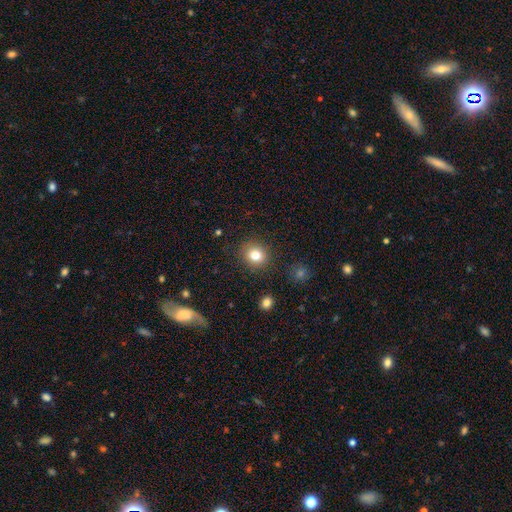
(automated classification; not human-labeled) Smooth or featured: smooth — 81% (star or artifact — 11%)
How rounded: round — 77% (in between — 22%)
Merging: none — 87% (minor disturbance — 8%)